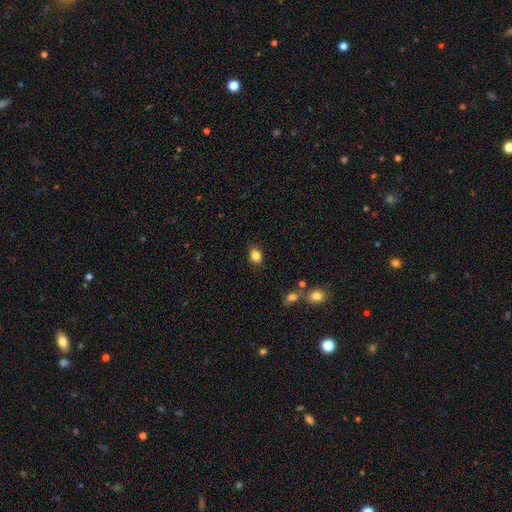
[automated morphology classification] type=smooth (85%); roundness=in between (62%); merging=none (85%).